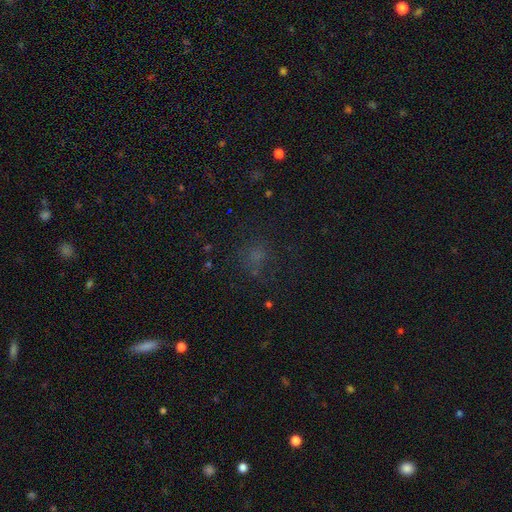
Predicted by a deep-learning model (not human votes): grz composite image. It shows a smooth galaxy with no disk features (54%) that is round (70%). Merging: none (65%).